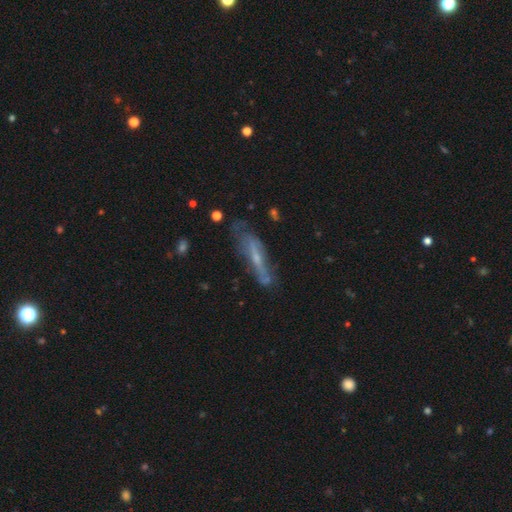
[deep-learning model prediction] Smooth or featured? featured or disk (61%)
Edge-on disk? yes (53%)
Merging? none (60%)